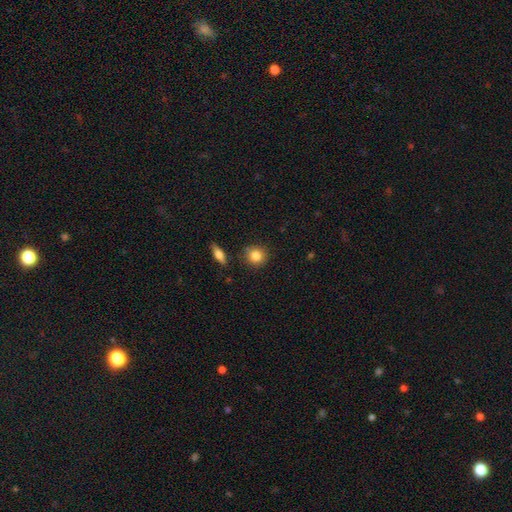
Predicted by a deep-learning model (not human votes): smooth-or-featured: smooth: 84% | star or artifact: 9% | featured or disk: 7%
  how-rounded: round: 89% | in between: 10% | cigar-shaped: 1%
  merging: none: 86% | minor disturbance: 8% | merger: 4% | major disturbance: 2%